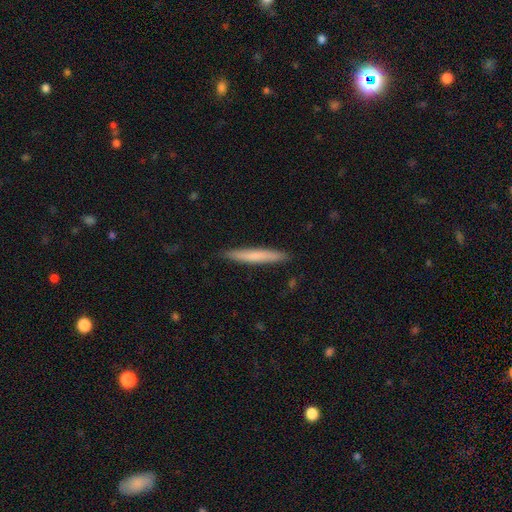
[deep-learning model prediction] smooth-or-featured: smooth: 70% | featured or disk: 25% | star or artifact: 5%
  how-rounded: cigar-shaped: 96% | in between: 3% | round: 1%
  merging: none: 90% | minor disturbance: 8% | major disturbance: 1% | merger: 1%